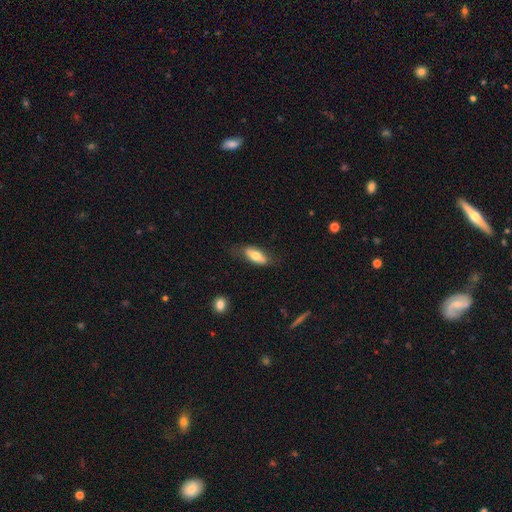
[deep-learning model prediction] This is likely a smooth galaxy (67%). How rounded: likely in between (75%). Merging: likely none (71%).